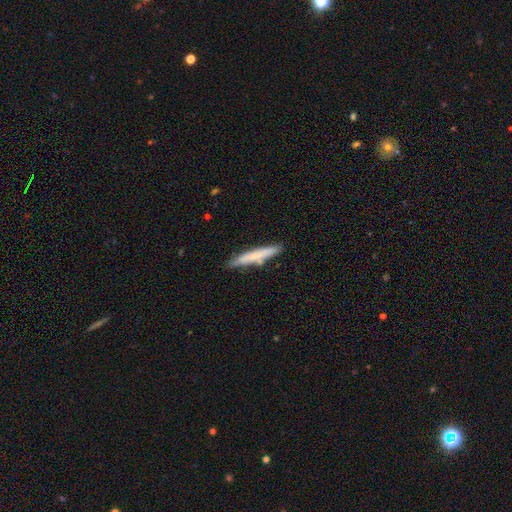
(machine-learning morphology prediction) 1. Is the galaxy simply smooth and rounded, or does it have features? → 65% smooth, 29% featured or disk, 6% star or artifact.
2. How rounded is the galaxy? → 94% cigar-shaped, 5% in between, 1% round.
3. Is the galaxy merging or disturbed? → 81% none, 12% minor disturbance, 4% merger, 2% major disturbance.